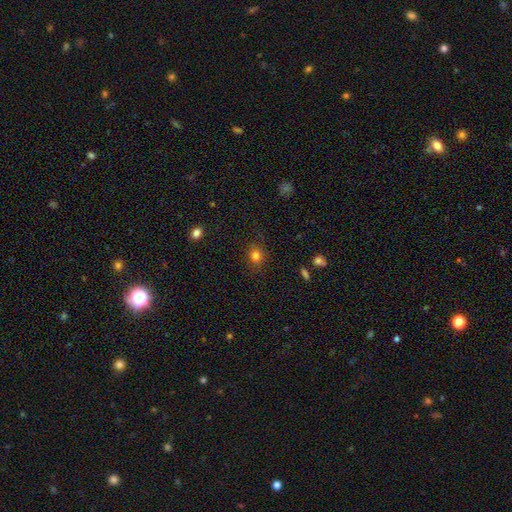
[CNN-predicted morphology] Smooth or featured: smooth — 81% (star or artifact — 13%)
How rounded: round — 64% (in between — 35%)
Merging: none — 81% (minor disturbance — 13%)